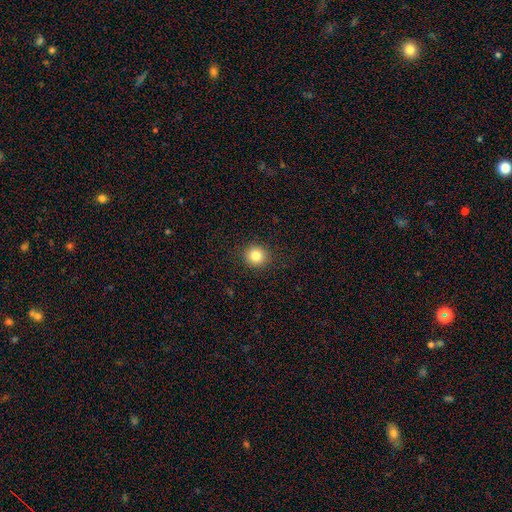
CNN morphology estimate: Smooth or featured: smooth — 83% (star or artifact — 11%)
How rounded: round — 90% (in between — 9%)
Merging: none — 91% (minor disturbance — 6%)